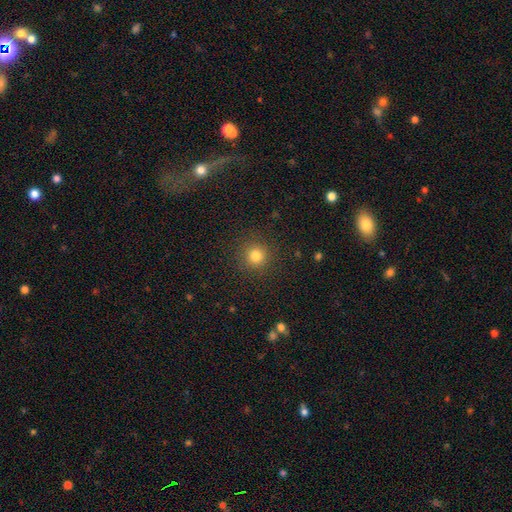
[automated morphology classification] Smooth or featured? smooth (80%)
How rounded? round (95%)
Merging? none (91%)